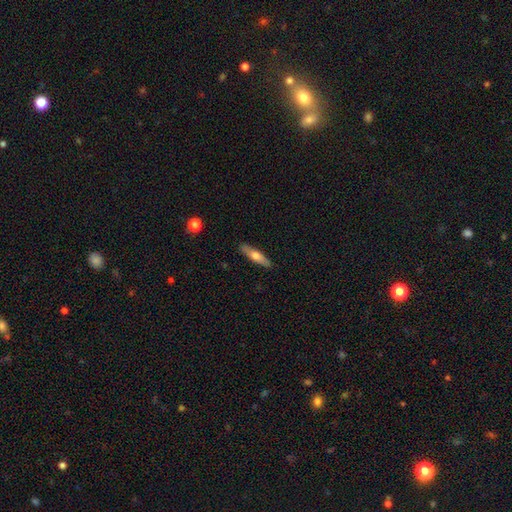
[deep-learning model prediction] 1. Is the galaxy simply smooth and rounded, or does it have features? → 52% smooth, 42% featured or disk, 6% star or artifact.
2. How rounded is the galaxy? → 79% cigar-shaped, 19% in between, 2% round.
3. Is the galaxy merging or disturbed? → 88% none, 9% minor disturbance, 2% major disturbance, 1% merger.